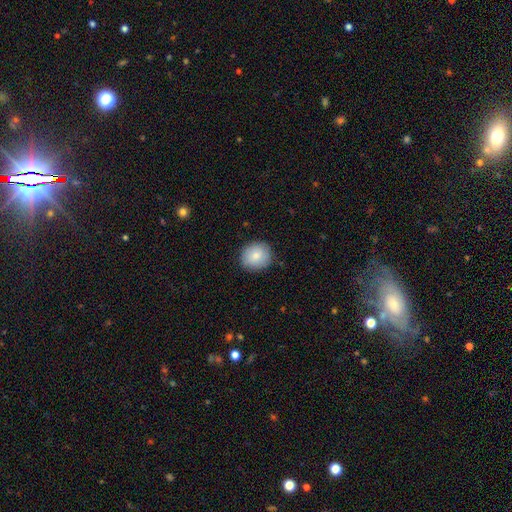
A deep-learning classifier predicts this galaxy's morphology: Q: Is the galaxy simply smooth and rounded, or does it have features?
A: smooth — 83%.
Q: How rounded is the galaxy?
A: round — 80%.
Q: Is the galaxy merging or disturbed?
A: none — 86%.